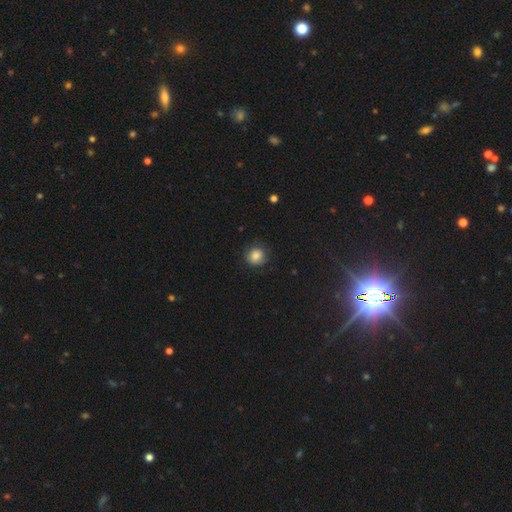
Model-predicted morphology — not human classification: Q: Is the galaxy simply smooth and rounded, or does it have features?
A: smooth — 83%.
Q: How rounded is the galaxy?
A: round — 87%.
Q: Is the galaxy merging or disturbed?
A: none — 81%.